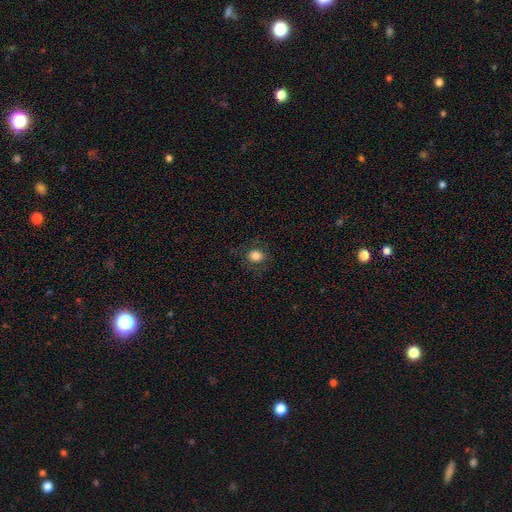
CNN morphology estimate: Smooth or featured?
  - smooth: 81% *
  - star or artifact: 12%
  - featured or disk: 8%
How rounded?
  - round: 65% *
  - in between: 34%
  - cigar-shaped: 1%
Merging?
  - none: 82% *
  - minor disturbance: 12%
  - major disturbance: 5%
  - merger: 1%